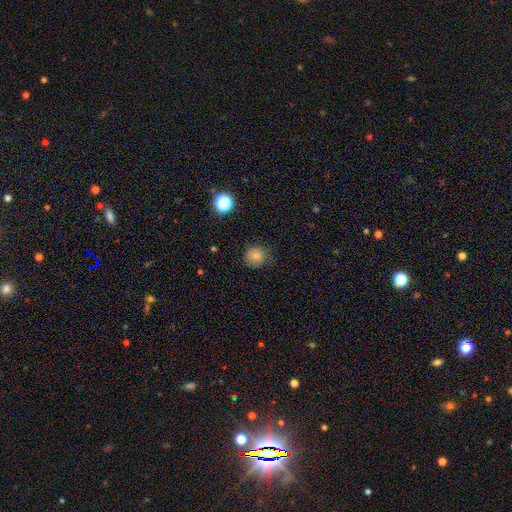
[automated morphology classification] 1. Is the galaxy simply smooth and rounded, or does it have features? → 81% smooth, 13% star or artifact, 6% featured or disk.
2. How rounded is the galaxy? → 87% round, 12% in between, 1% cigar-shaped.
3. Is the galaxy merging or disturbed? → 78% none, 16% minor disturbance, 4% major disturbance, 1% merger.